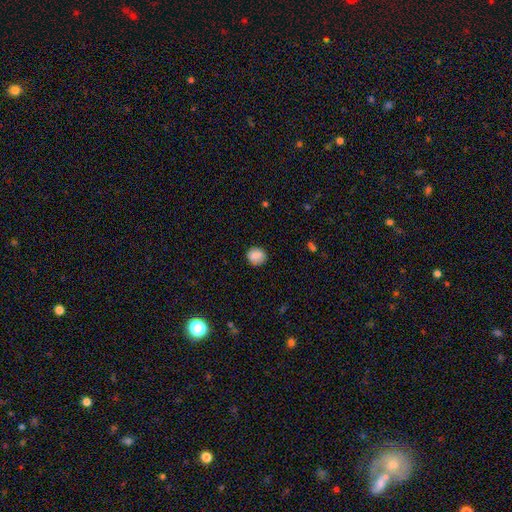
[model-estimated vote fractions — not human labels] Q: Smooth or featured?
A: smooth (86%); runner-up: star or artifact (8%)
Q: How rounded?
A: round (76%); runner-up: in between (23%)
Q: Merging?
A: none (85%); runner-up: minor disturbance (11%)